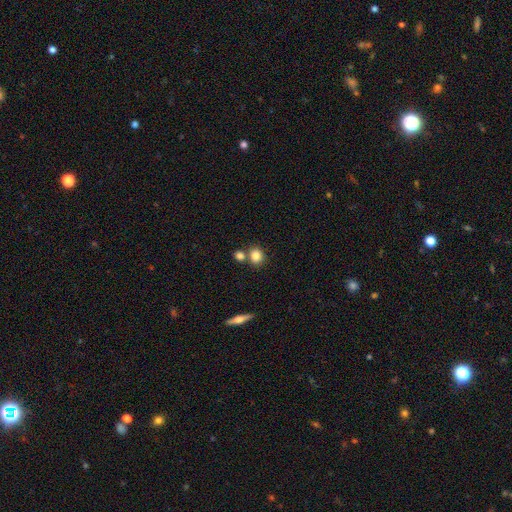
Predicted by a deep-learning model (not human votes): Smooth or featured: smooth — 82% (star or artifact — 10%)
How rounded: round — 70% (in between — 29%)
Merging: none — 60% (merger — 28%)